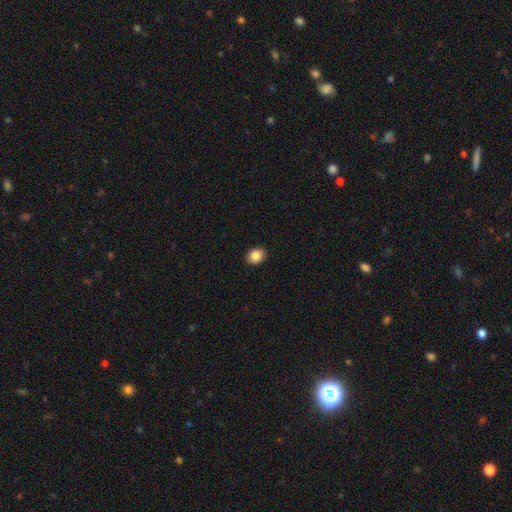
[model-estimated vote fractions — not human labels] This appears to be a smooth galaxy with no disk features (86%) that is in between round and cigar-shaped (54%). Merging: none (91%).